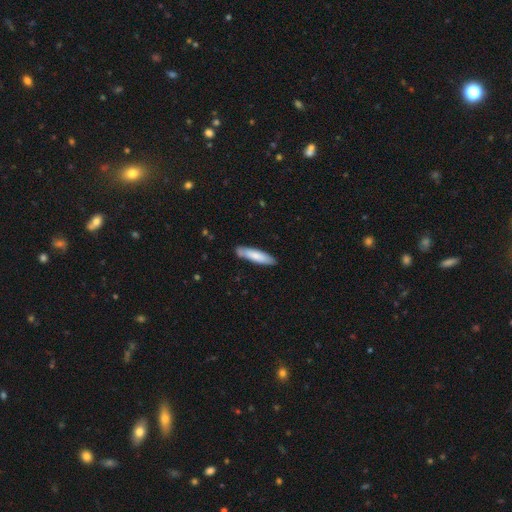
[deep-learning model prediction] Smooth or featured? smooth (76%)
How rounded? cigar-shaped (77%)
Merging? none (83%)